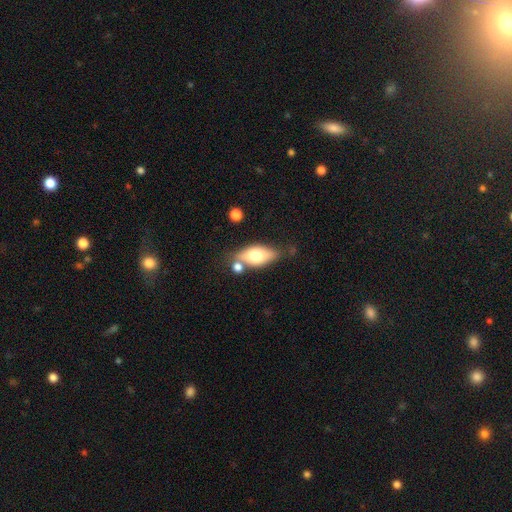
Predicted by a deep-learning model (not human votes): A smooth galaxy with no disk features (62%) that is in between round and cigar-shaped (82%). Merging: none (64%).